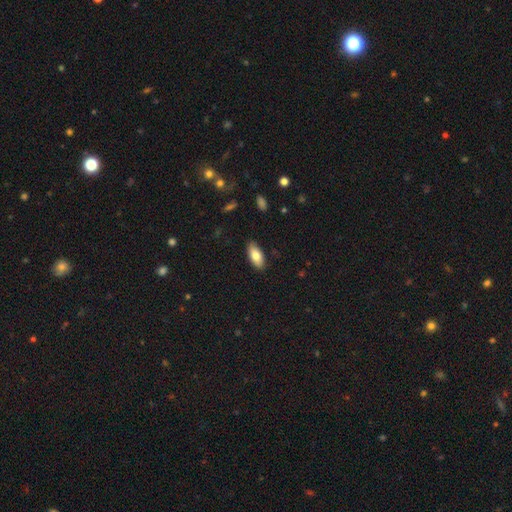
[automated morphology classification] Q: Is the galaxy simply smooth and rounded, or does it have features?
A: smooth — 79%.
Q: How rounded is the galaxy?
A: in between — 87%.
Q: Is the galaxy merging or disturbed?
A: none — 87%.